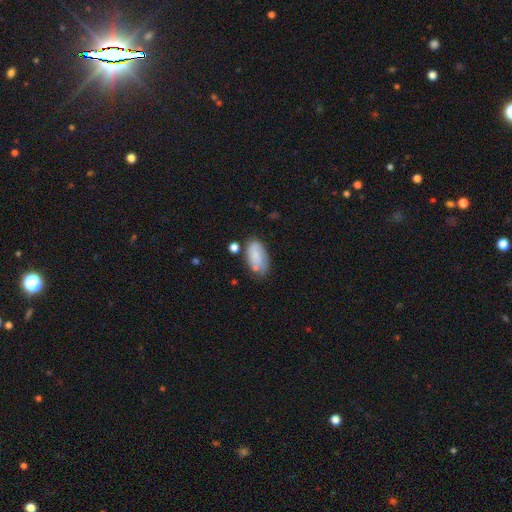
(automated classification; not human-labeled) smooth 73%, featured or disk 20%, star or artifact 8%. Down the decision tree: how rounded — in between (93%); merging — none (53%).